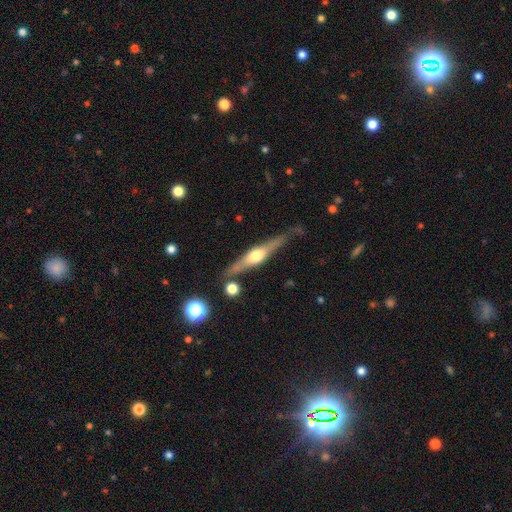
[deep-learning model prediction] A featured or disk galaxy (73%) viewed edge-on (96%) with a rounded central bulge (91%). Merging: none (74%).